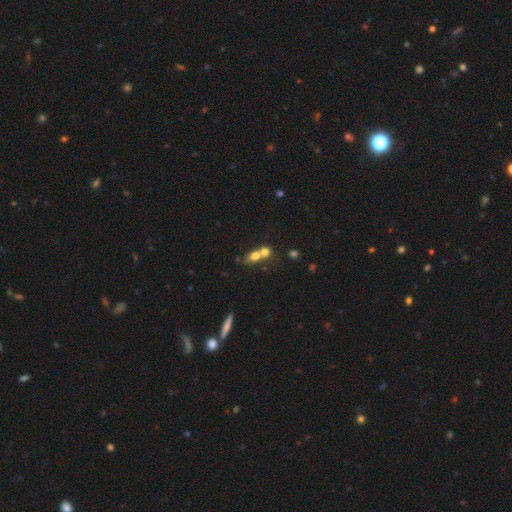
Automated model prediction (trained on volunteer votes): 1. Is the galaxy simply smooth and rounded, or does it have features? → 70% smooth, 18% featured or disk, 12% star or artifact.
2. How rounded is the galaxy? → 48% in between, 46% round, 6% cigar-shaped.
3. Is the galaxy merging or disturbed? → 65% merger, 24% none, 6% minor disturbance, 4% major disturbance.